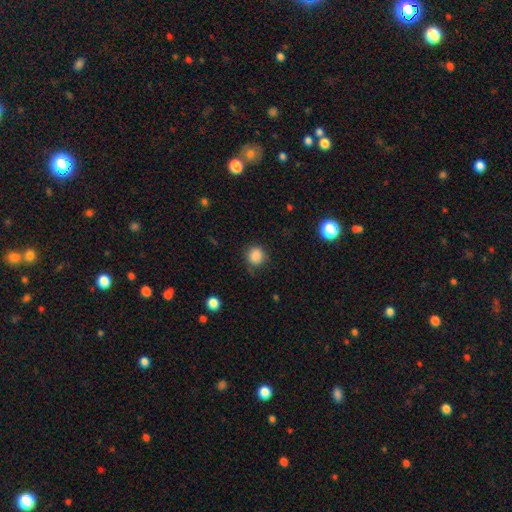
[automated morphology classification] Smooth or featured? smooth (86%)
How rounded? round (87%)
Merging? none (79%)